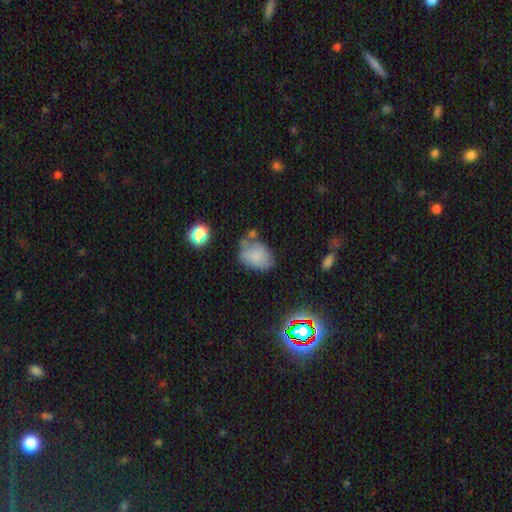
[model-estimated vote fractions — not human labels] smooth_or_featured: smooth (p=0.75) [alt: featured or disk p=0.14]
how_rounded: in between (p=0.73) [alt: round p=0.26]
merging: none (p=0.49) [alt: minor disturbance p=0.28]